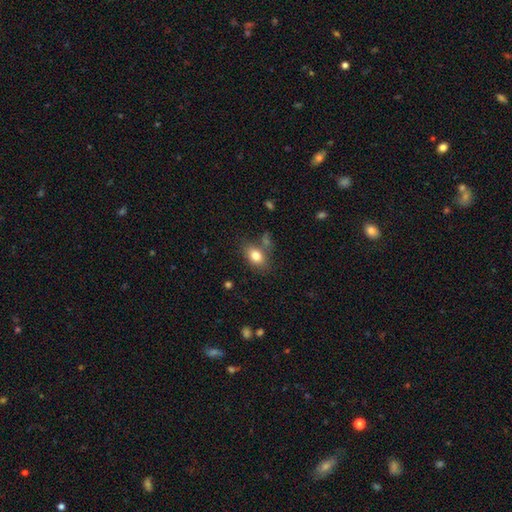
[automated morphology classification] Overall: smooth (80%). How rounded: in between (81%). Merging: none (67%).